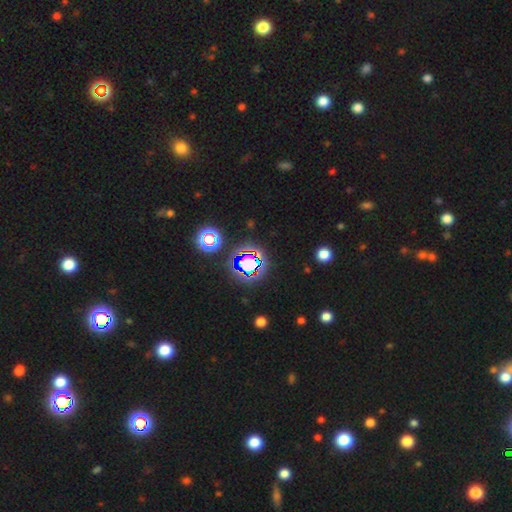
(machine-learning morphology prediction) A star or artifact, not a galaxy (68%).

Vote fractions:
- Smooth or featured? star or artifact: 68% / smooth: 20% / featured or disk: 11%